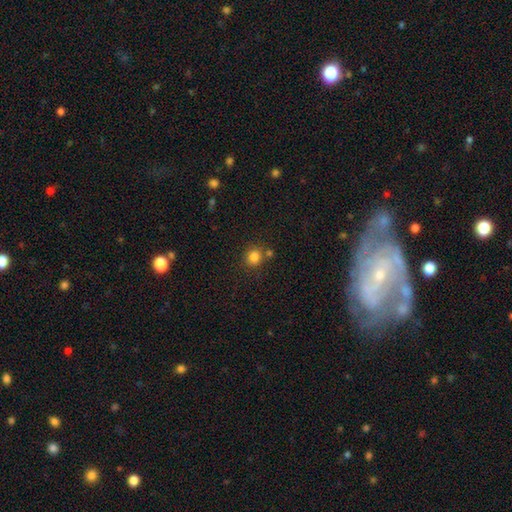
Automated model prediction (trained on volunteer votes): Smooth or featured? smooth (82%)
How rounded? round (86%)
Merging? none (76%)